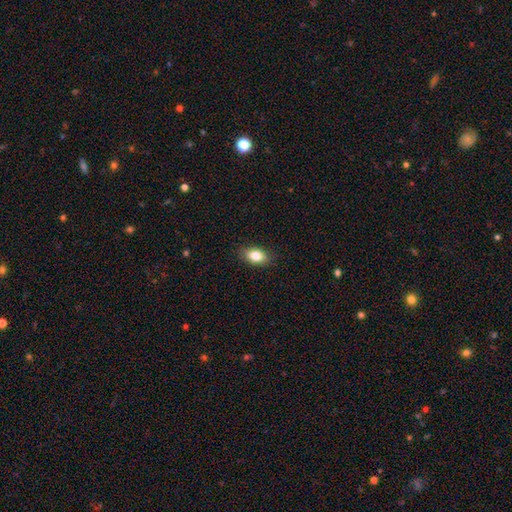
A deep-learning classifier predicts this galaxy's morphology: This appears to be a smooth galaxy with no disk features (82%) that is in between round and cigar-shaped (86%). Merging: none (87%).